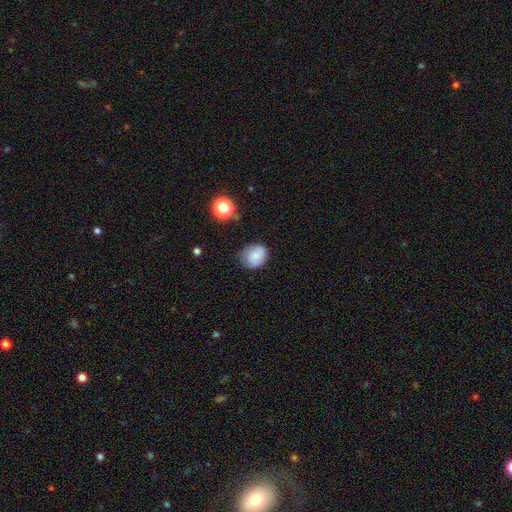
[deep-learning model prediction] This appears to be a smooth galaxy with no disk features (75%) that is round (61%). Merging: none (64%).